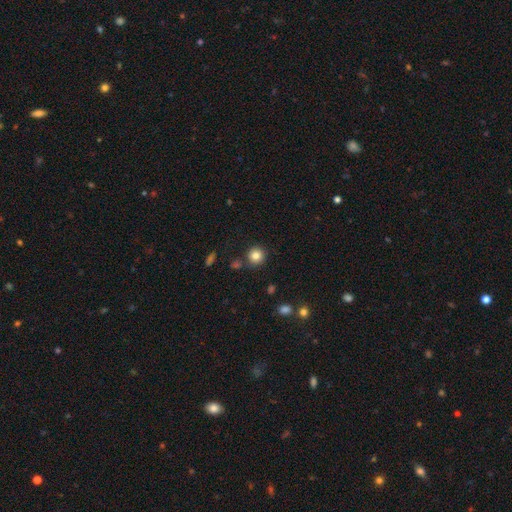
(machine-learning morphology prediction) A smooth galaxy with no disk features (83%) that is round (93%).

Vote fractions:
- Smooth or featured? smooth: 83% / star or artifact: 11% / featured or disk: 7%
- How rounded? round: 93% / in between: 6% / cigar-shaped: 1%
- Merging? none: 85% / minor disturbance: 8% / merger: 5% / major disturbance: 3%